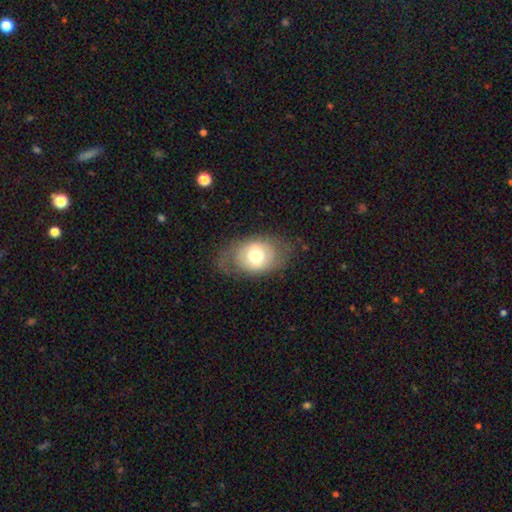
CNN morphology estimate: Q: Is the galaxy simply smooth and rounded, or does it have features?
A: smooth — 55%.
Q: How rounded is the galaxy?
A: in between — 76%.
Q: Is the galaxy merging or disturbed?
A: none — 67%.